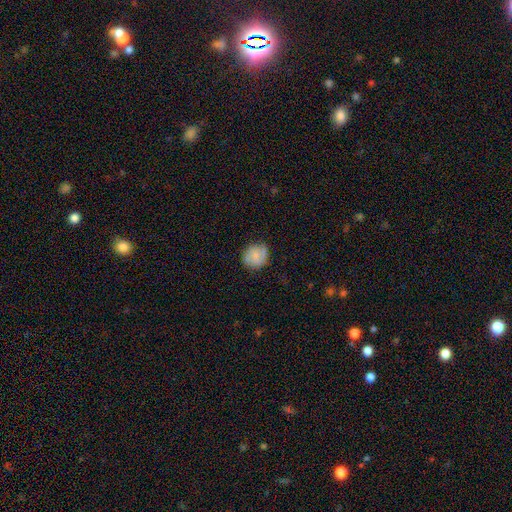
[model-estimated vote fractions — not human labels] A smooth galaxy with no disk features (52%) that is round (75%).

Vote fractions:
- Smooth or featured? smooth: 52% / featured or disk: 40% / star or artifact: 8%
- How rounded? round: 75% / in between: 24% / cigar-shaped: 1%
- Merging? none: 76% / minor disturbance: 18% / major disturbance: 4% / merger: 1%